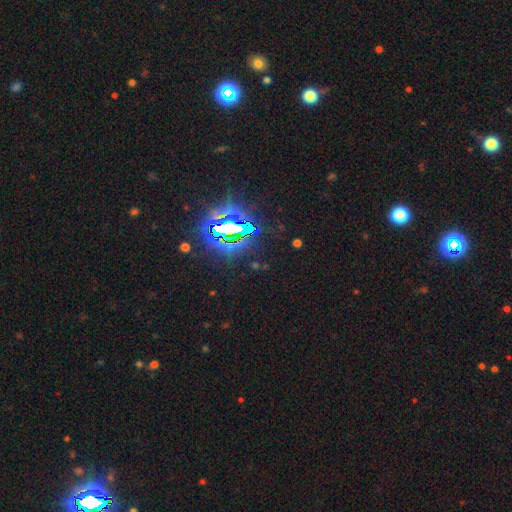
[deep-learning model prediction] A star or artifact, not a galaxy (84%).

Vote fractions:
- Smooth or featured? star or artifact: 84% / smooth: 8% / featured or disk: 7%